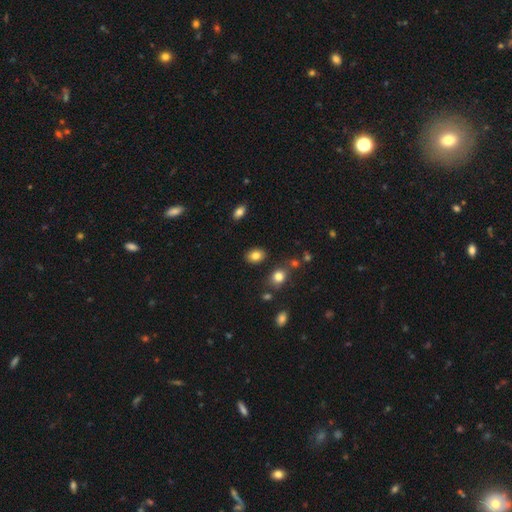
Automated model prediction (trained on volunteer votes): smooth 83%, star or artifact 10%, featured or disk 8%. Down the decision tree: how rounded — in between (71%); merging — none (85%).